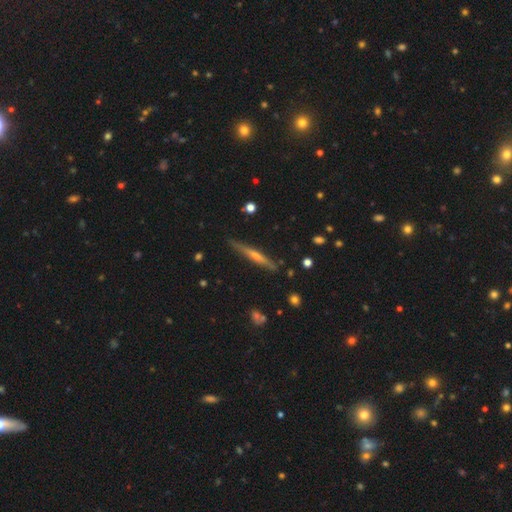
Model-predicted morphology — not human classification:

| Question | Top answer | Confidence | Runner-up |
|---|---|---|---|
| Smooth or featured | featured or disk | 65% | smooth (29%) |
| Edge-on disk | yes | 96% | no (4%) |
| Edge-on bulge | rounded | 63% | none (30%) |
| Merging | none | 86% | minor disturbance (10%) |